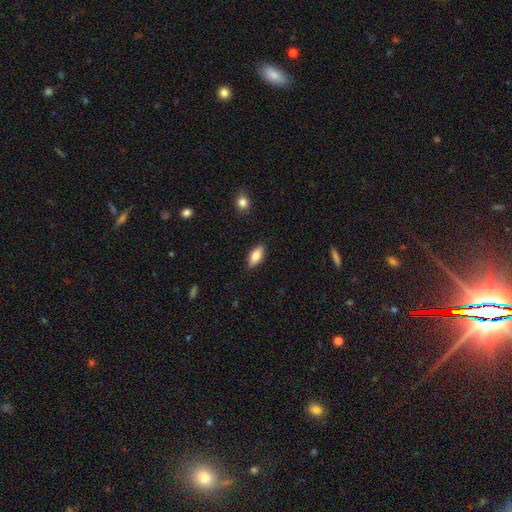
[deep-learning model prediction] smooth_or_featured: smooth (p=0.76) [alt: featured or disk p=0.17]
how_rounded: in between (p=0.84) [alt: cigar-shaped p=0.13]
merging: none (p=0.87) [alt: minor disturbance p=0.09]